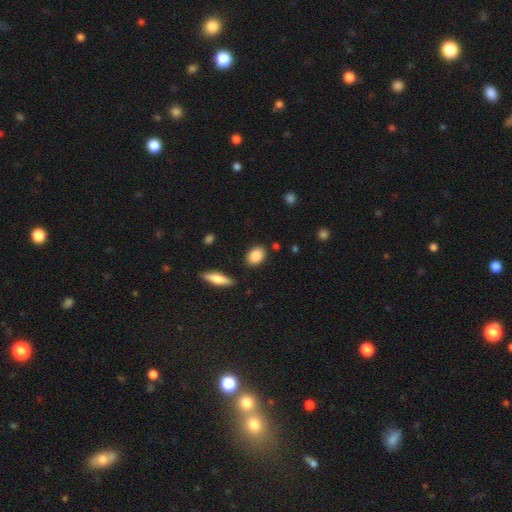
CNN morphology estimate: Smooth or featured: smooth — 87% (star or artifact — 7%)
How rounded: in between — 71% (round — 26%)
Merging: none — 84% (minor disturbance — 11%)